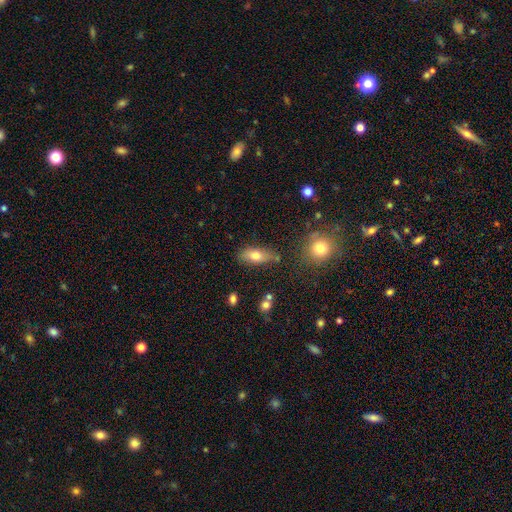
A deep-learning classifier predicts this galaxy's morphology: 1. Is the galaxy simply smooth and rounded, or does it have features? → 73% smooth, 18% featured or disk, 9% star or artifact.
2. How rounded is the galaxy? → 79% in between, 16% cigar-shaped, 5% round.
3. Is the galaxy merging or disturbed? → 70% none, 20% minor disturbance, 6% merger, 5% major disturbance.